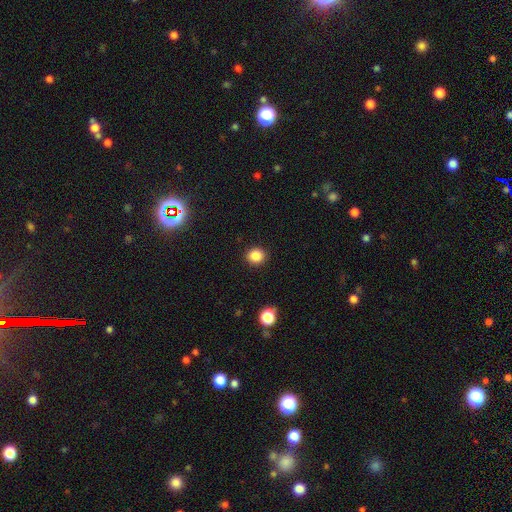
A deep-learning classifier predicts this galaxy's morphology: This appears to be a smooth galaxy with no disk features (85%) that is round (85%). Merging: none (91%).